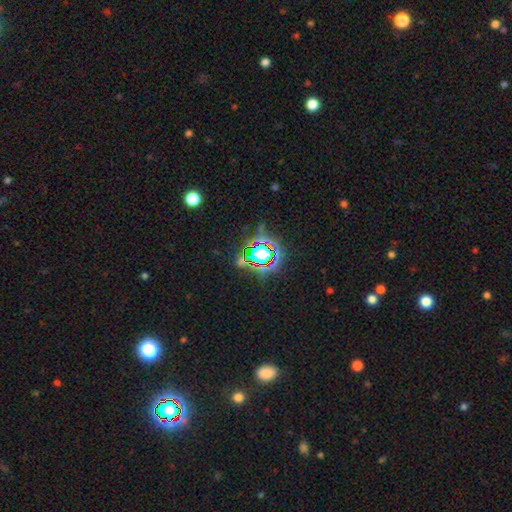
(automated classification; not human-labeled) Q: Smooth or featured?
A: star or artifact (78%); runner-up: smooth (12%)